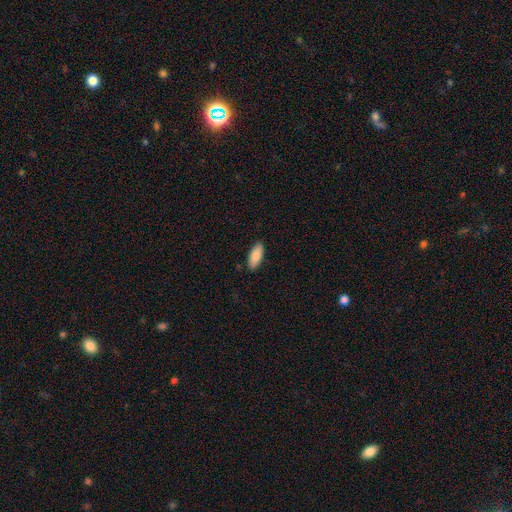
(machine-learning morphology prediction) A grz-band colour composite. It shows a smooth galaxy with no disk features (86%) that is in between round and cigar-shaped (83%). Merging: none (88%).